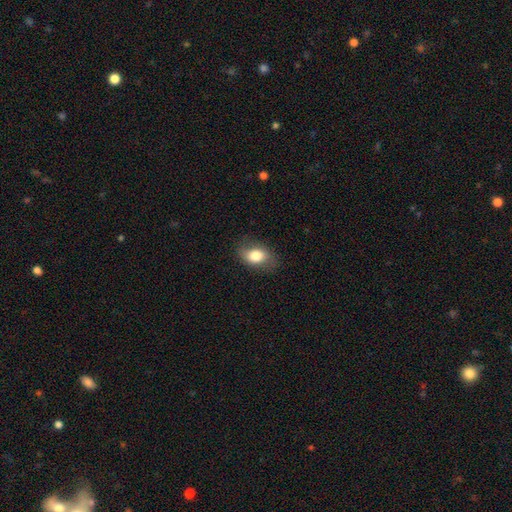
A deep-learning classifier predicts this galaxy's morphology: This appears to be a smooth galaxy with no disk features (76%) that is in between round and cigar-shaped (83%). Merging: none (79%).